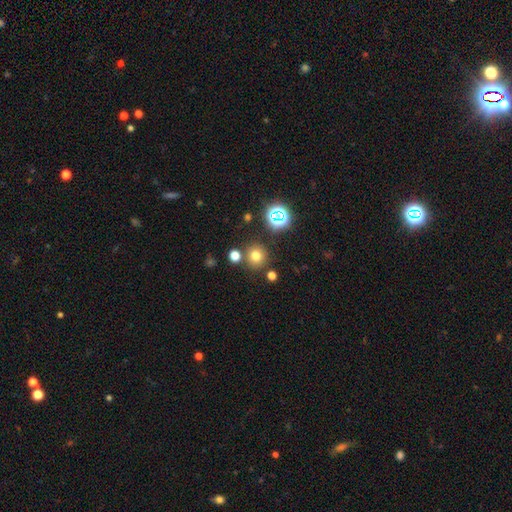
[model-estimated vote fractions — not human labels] This is likely a smooth galaxy (70%). How rounded: clearly round (91%). Merging: clearly none (81%).